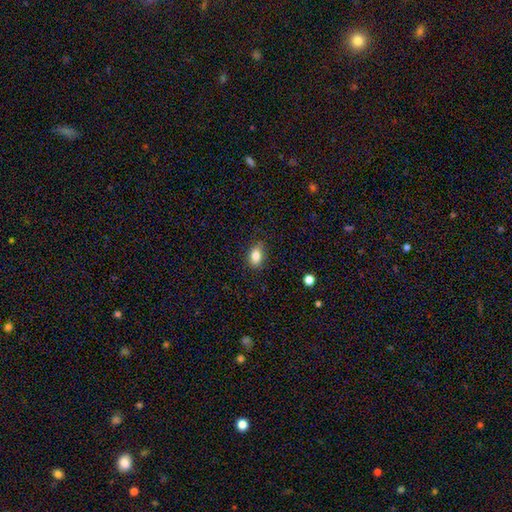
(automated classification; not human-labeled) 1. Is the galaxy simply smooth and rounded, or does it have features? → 83% smooth, 9% star or artifact, 8% featured or disk.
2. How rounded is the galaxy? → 82% in between, 16% round, 2% cigar-shaped.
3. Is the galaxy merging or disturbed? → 75% none, 20% minor disturbance, 4% major disturbance, 1% merger.